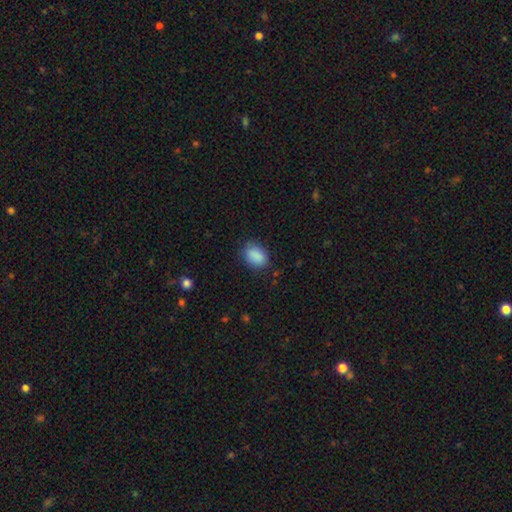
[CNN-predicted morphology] A smooth galaxy with no disk features (89%) that is in between round and cigar-shaped (82%).

Vote fractions:
- Smooth or featured? smooth: 89% / star or artifact: 8% / featured or disk: 4%
- How rounded? in between: 82% / round: 17% / cigar-shaped: 1%
- Merging? none: 81% / minor disturbance: 15% / major disturbance: 4% / merger: 1%